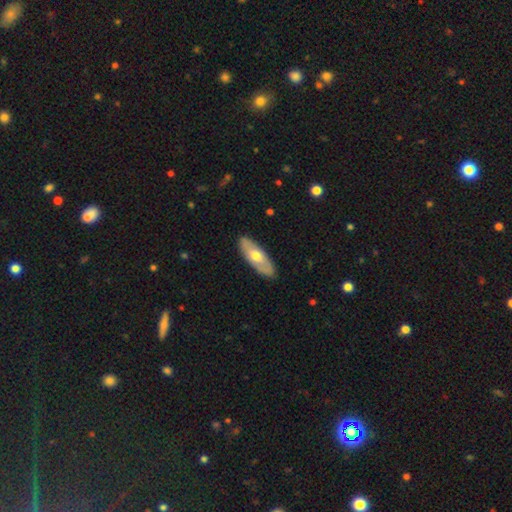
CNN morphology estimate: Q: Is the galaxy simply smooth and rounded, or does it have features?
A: smooth — 51%.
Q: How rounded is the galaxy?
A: in between — 72%.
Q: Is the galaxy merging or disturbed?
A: none — 87%.